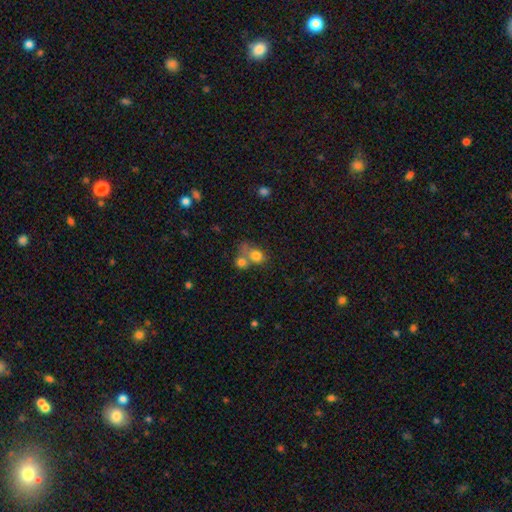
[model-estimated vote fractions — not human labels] smooth-or-featured: smooth: 77% | featured or disk: 12% | star or artifact: 11%
  how-rounded: round: 56% | in between: 43% | cigar-shaped: 1%
  merging: merger: 53% | none: 29% | minor disturbance: 10% | major disturbance: 8%